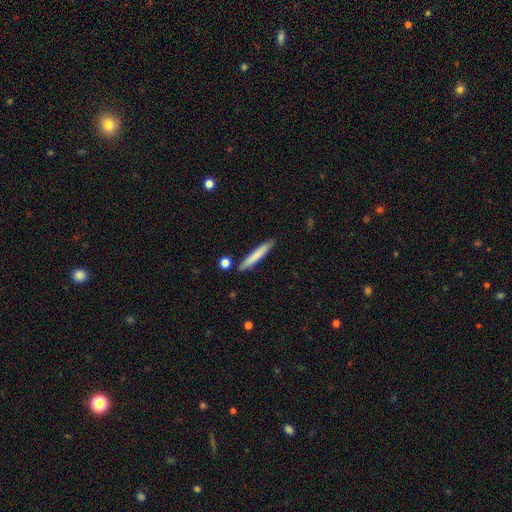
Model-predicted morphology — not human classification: smooth-or-featured: smooth: 75% | featured or disk: 19% | star or artifact: 6%
  how-rounded: cigar-shaped: 95% | in between: 4% | round: 1%
  merging: none: 87% | minor disturbance: 8% | merger: 3% | major disturbance: 2%